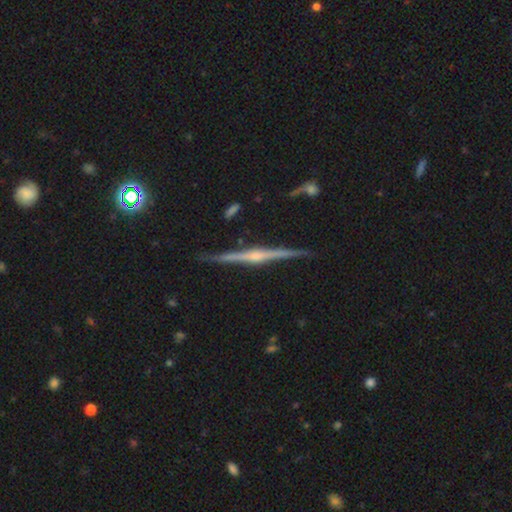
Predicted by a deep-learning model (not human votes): Q: Smooth or featured?
A: featured or disk (87%); runner-up: smooth (7%)
Q: Edge-on disk?
A: yes (98%); runner-up: no (2%)
Q: Edge-on bulge?
A: rounded (81%); runner-up: none (10%)
Q: Merging?
A: none (89%); runner-up: minor disturbance (7%)